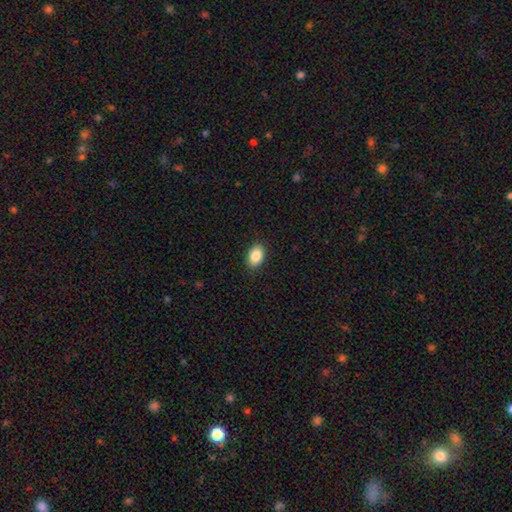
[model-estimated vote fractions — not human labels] Smooth or featured? Predicted: smooth (p=0.87). How rounded? Predicted: in between (p=0.85). Merging? Predicted: none (p=0.89).